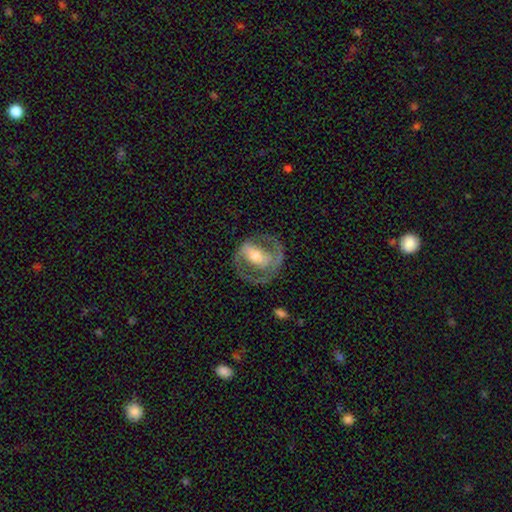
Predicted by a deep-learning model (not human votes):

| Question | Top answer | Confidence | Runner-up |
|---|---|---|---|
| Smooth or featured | featured or disk | 74% | smooth (21%) |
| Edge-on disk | no | 94% | yes (6%) |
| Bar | strong | 42% | weak (31%) |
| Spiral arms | yes | 66% | no (34%) |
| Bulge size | moderate | 61% | small (25%) |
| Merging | none | 65% | major disturbance (17%) |